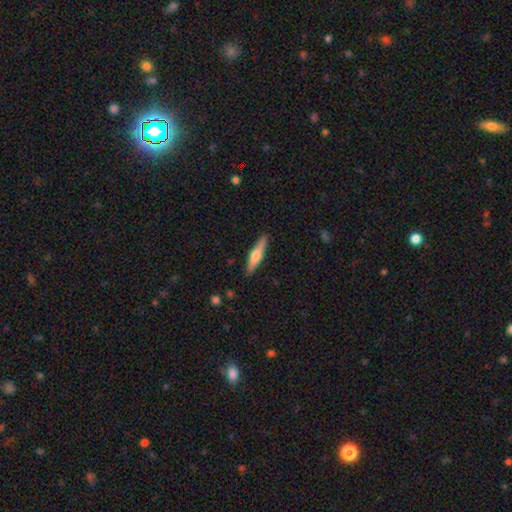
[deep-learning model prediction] Smooth or featured: smooth — 49% (featured or disk — 46%)
Merging: none — 89% (minor disturbance — 8%)